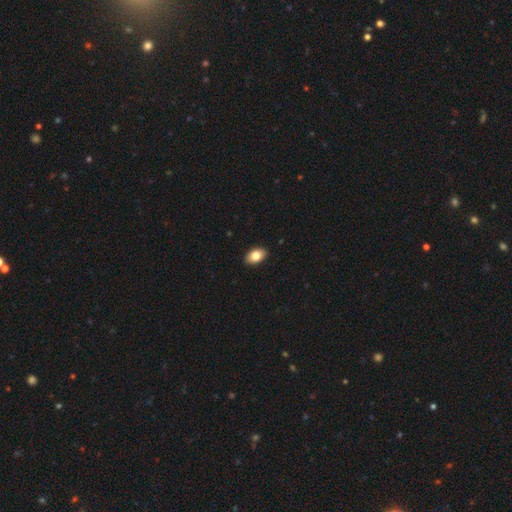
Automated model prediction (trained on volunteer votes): Smooth or featured: smooth — 82% (featured or disk — 10%)
How rounded: in between — 90% (round — 8%)
Merging: none — 90% (minor disturbance — 8%)